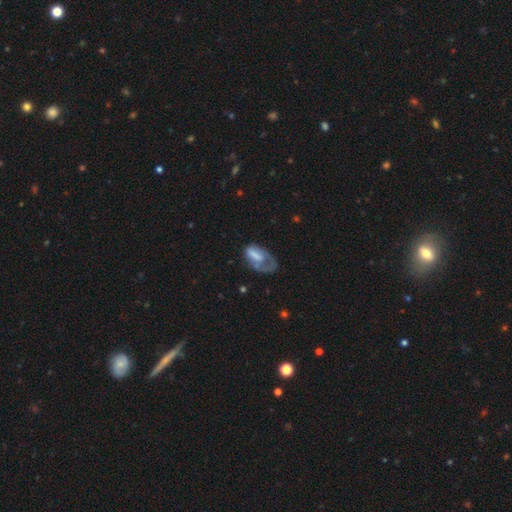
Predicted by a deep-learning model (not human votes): smooth-or-featured: smooth: 53% | featured or disk: 38% | star or artifact: 9%
  how-rounded: in between: 88% | round: 7% | cigar-shaped: 5%
  merging: major disturbance: 44% | minor disturbance: 26% | none: 26% | merger: 4%